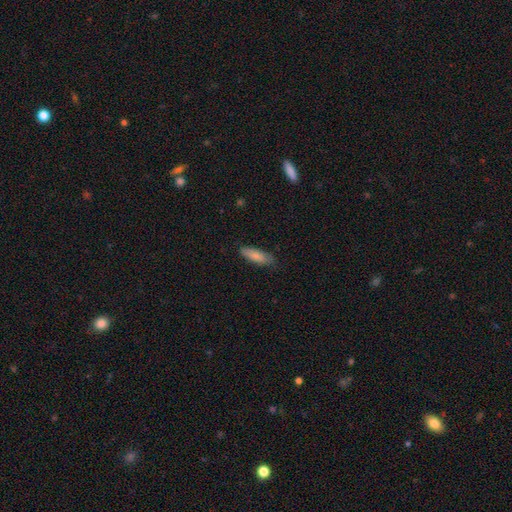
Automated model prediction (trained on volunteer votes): smooth-or-featured: smooth: 83% | featured or disk: 12% | star or artifact: 6%
  how-rounded: in between: 57% | cigar-shaped: 41% | round: 2%
  merging: none: 81% | minor disturbance: 16% | major disturbance: 3% | merger: 1%